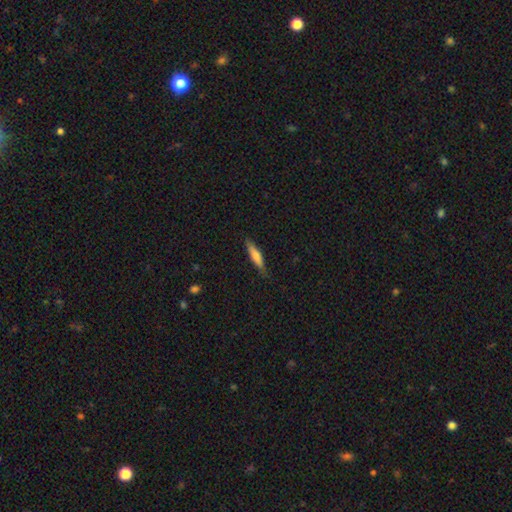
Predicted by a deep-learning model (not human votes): smooth-or-featured: smooth: 65% | featured or disk: 29% | star or artifact: 6%
  how-rounded: cigar-shaped: 82% | in between: 16% | round: 2%
  merging: none: 81% | minor disturbance: 15% | major disturbance: 3% | merger: 1%